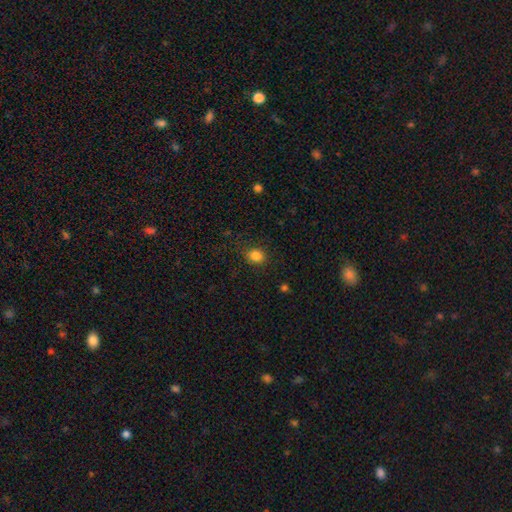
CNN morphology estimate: This is clearly a smooth galaxy (84%). How rounded: likely round (65%). Merging: clearly none (85%).